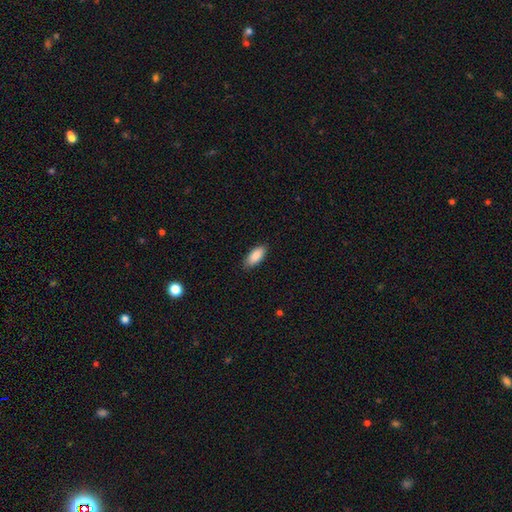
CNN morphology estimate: Smooth or featured?
  - smooth: 89% *
  - star or artifact: 6%
  - featured or disk: 5%
How rounded?
  - in between: 84% *
  - cigar-shaped: 14%
  - round: 2%
Merging?
  - none: 87% *
  - minor disturbance: 10%
  - major disturbance: 2%
  - merger: 1%